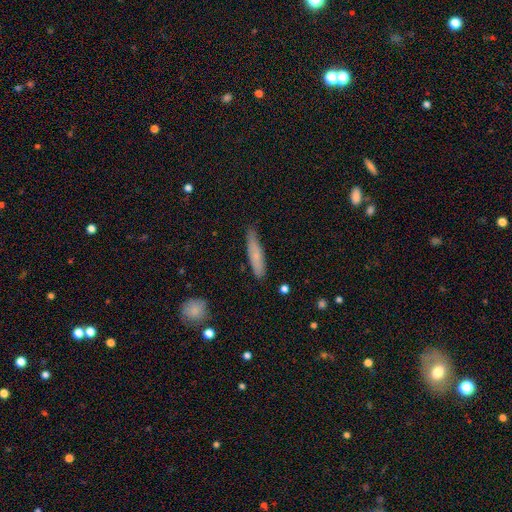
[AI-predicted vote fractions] smooth-or-featured: smooth: 71% | featured or disk: 22% | star or artifact: 7%
  how-rounded: cigar-shaped: 81% | in between: 17% | round: 2%
  merging: none: 74% | minor disturbance: 21% | major disturbance: 3% | merger: 2%